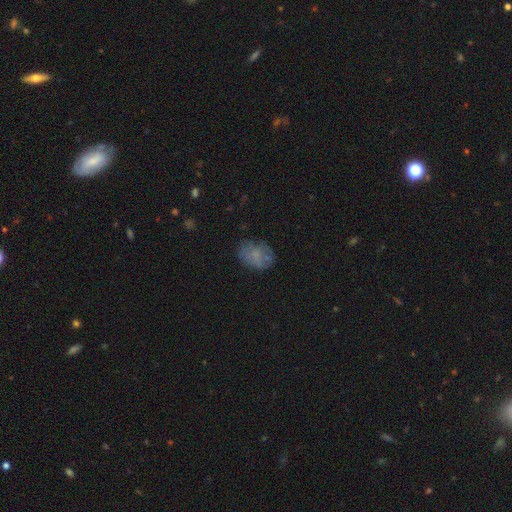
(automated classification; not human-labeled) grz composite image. It shows a smooth galaxy with no disk features (61%) that is in between round and cigar-shaped (72%). Merging: none (65%).